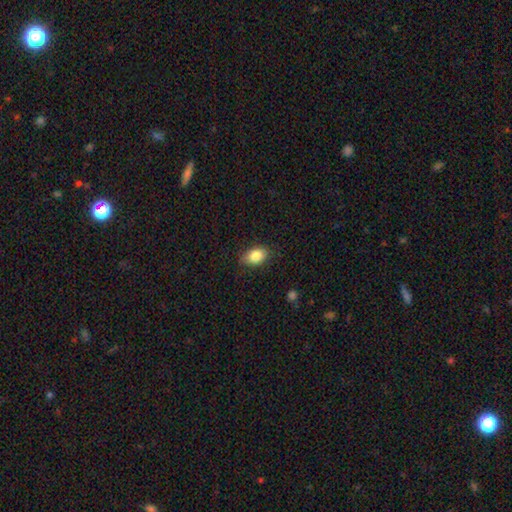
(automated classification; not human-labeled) Smooth or featured? Predicted: smooth (p=0.83). How rounded? Predicted: in between (p=0.85). Merging? Predicted: none (p=0.84).